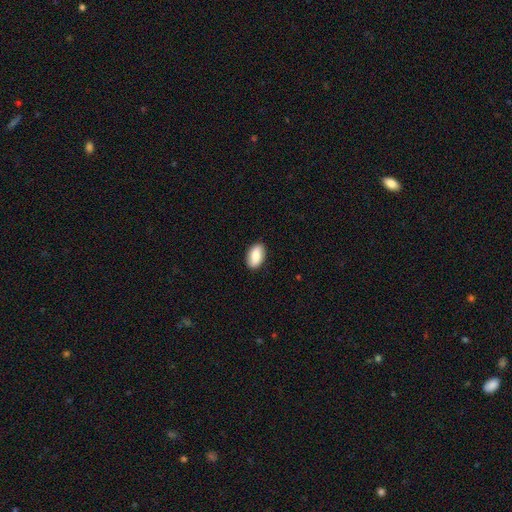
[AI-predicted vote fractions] Smooth or featured? smooth (78%)
How rounded? in between (93%)
Merging? none (88%)